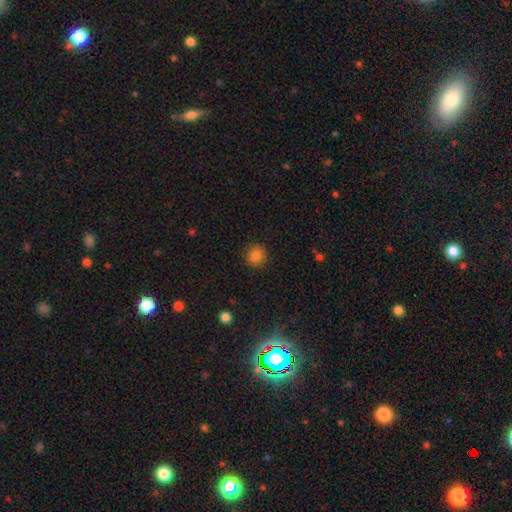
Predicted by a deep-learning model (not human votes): smooth-or-featured: smooth: 83% | star or artifact: 12% | featured or disk: 6%
  how-rounded: round: 93% | in between: 6% | cigar-shaped: 1%
  merging: none: 91% | minor disturbance: 6% | major disturbance: 2% | merger: 1%